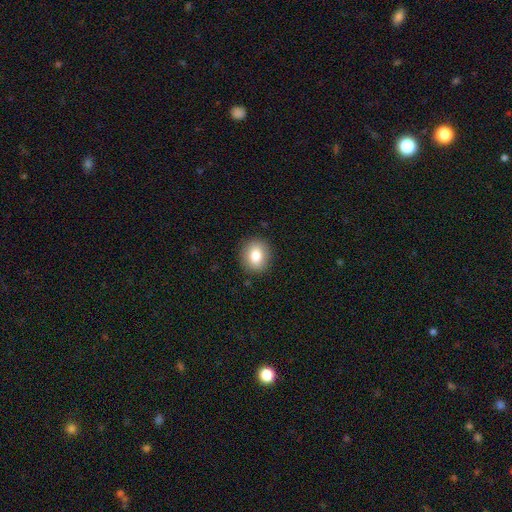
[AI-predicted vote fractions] smooth-or-featured: smooth: 82% | featured or disk: 9% | star or artifact: 9%
  how-rounded: round: 64% | in between: 35% | cigar-shaped: 1%
  merging: none: 88% | minor disturbance: 8% | major disturbance: 2% | merger: 1%